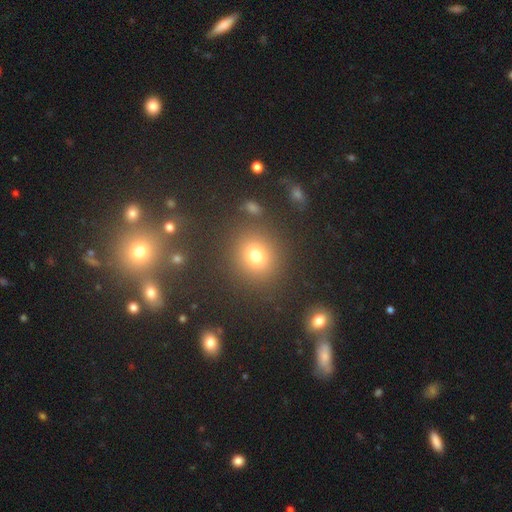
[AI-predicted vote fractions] smooth_or_featured: smooth (p=0.74) [alt: star or artifact p=0.18]
how_rounded: round (p=0.79) [alt: in between p=0.20]
merging: none (p=0.83) [alt: minor disturbance p=0.08]